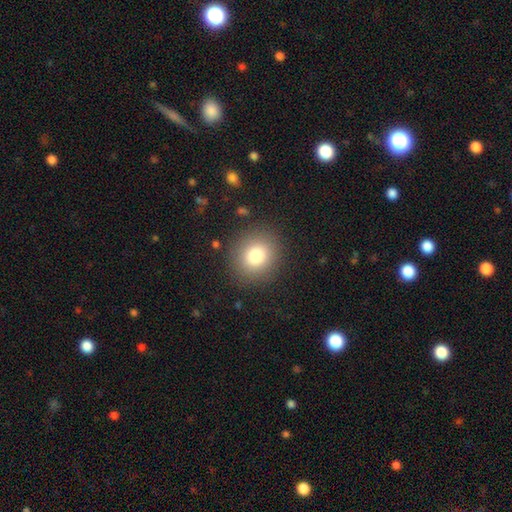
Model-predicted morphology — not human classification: Smooth or featured? Predicted: smooth (p=0.79). How rounded? Predicted: round (p=0.84). Merging? Predicted: none (p=0.88).